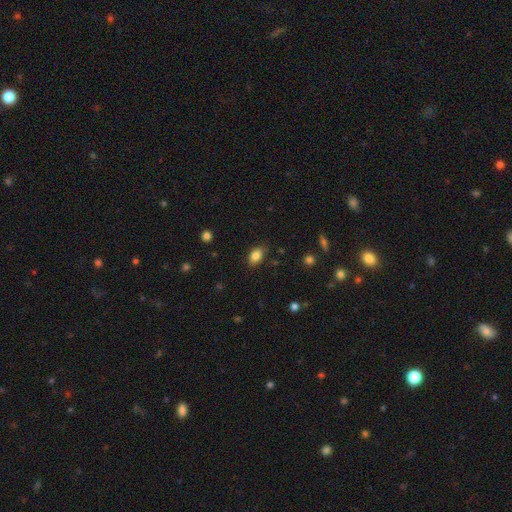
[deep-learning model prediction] Q: Smooth or featured?
A: smooth (84%); runner-up: star or artifact (9%)
Q: How rounded?
A: in between (85%); runner-up: round (13%)
Q: Merging?
A: none (81%); runner-up: minor disturbance (15%)